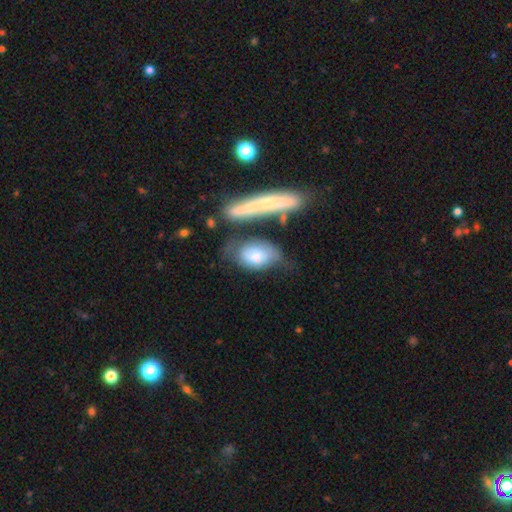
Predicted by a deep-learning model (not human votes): Smooth or featured? Predicted: smooth (p=0.69). How rounded? Predicted: in between (p=0.81). Merging? Predicted: none (p=0.37).